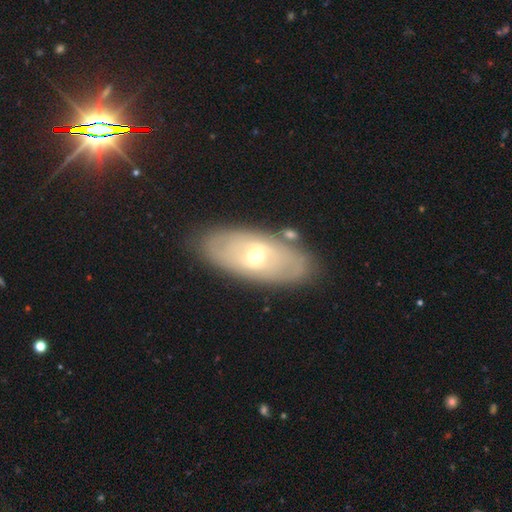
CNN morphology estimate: Smooth or featured? featured or disk (58%)
Edge-on disk? no (85%)
Merging? none (82%)